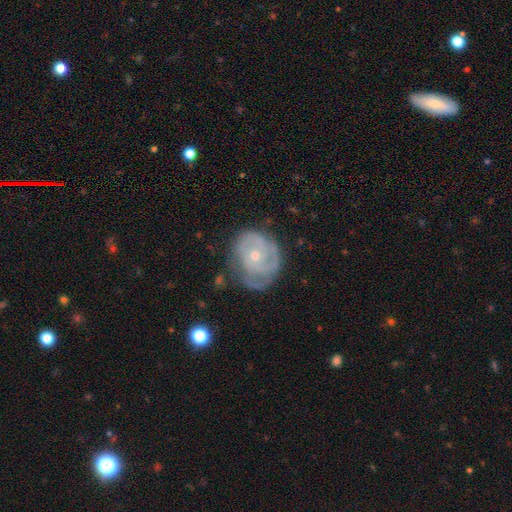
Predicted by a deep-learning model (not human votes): Q: Smooth or featured?
A: featured or disk (72%); runner-up: smooth (21%)
Q: Edge-on disk?
A: no (97%); runner-up: yes (3%)
Q: Bar?
A: no (81%); runner-up: weak (17%)
Q: Spiral arms?
A: yes (77%); runner-up: no (23%)
Q: Spiral winding?
A: tight (66%); runner-up: medium (25%)
Q: Spiral arm count?
A: can't tell (44%); runner-up: 2 (27%)
Q: Bulge size?
A: small (57%); runner-up: moderate (40%)
Q: Merging?
A: none (54%); runner-up: minor disturbance (29%)